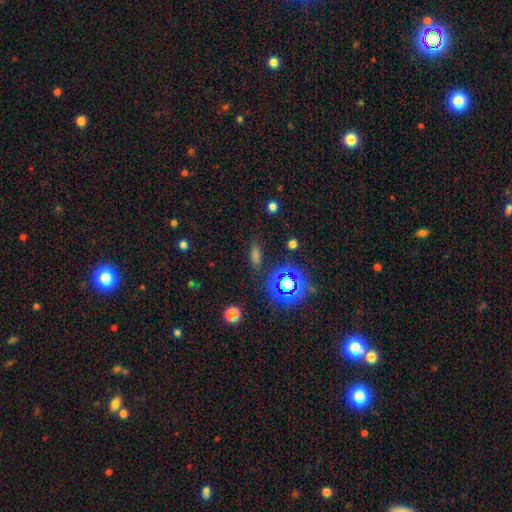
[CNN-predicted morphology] Smooth or featured? smooth (53%)
How rounded? in between (57%)
Merging? none (80%)